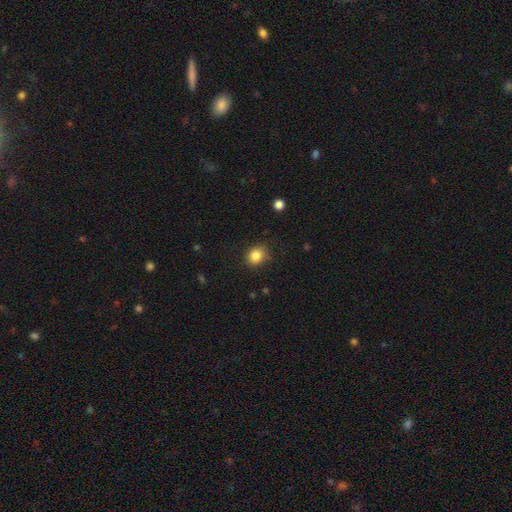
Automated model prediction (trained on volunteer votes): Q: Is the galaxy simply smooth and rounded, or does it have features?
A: smooth — 84%.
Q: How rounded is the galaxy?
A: round — 74%.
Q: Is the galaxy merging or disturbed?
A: none — 78%.